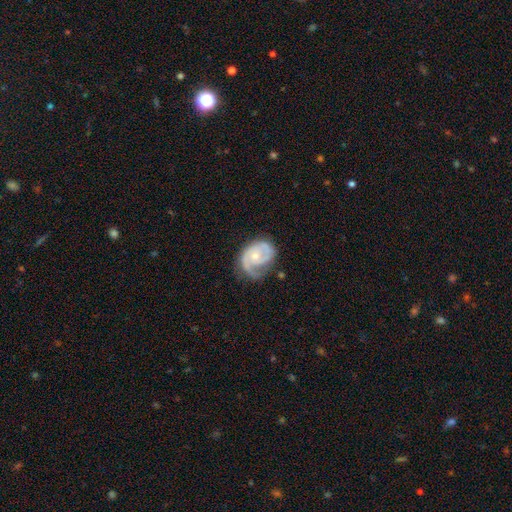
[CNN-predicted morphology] A featured or disk galaxy (82%) with no bar (72%), 2 (52%) tight (48%) spiral arms (94%) and a small central bulge (58%). Merging: none (52%).